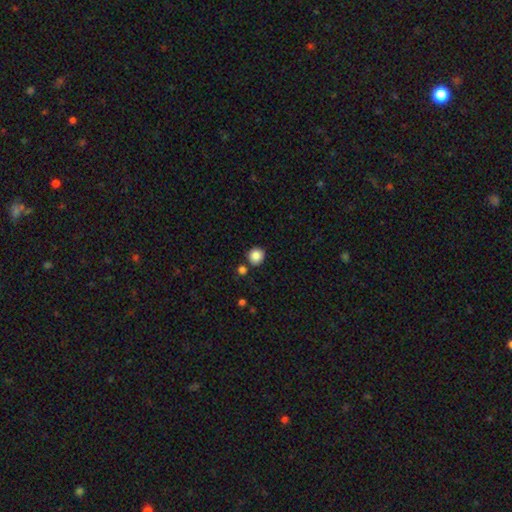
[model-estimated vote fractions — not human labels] Smooth or featured: smooth — 86% (star or artifact — 9%)
How rounded: round — 91% (in between — 8%)
Merging: none — 82% (minor disturbance — 8%)